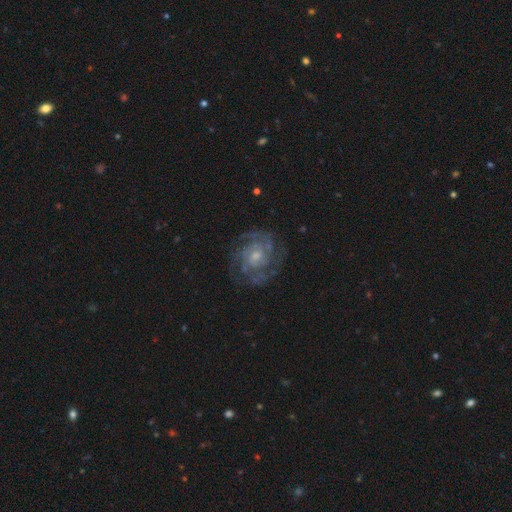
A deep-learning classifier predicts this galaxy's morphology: smooth_or_featured: featured or disk (p=0.86) [alt: smooth p=0.08]
disk_edge_on: no (p=0.98) [alt: yes p=0.02]
bar: no (p=0.68) [alt: weak p=0.27]
has_spiral_arms: yes (p=0.95) [alt: no p=0.05]
spiral_winding: tight (p=0.62) [alt: medium p=0.32]
spiral_arm_count: can't tell (p=0.27) [alt: 3 p=0.26]
bulge_size: moderate (p=0.47) [alt: small p=0.44]
merging: none (p=0.77) [alt: minor disturbance p=0.15]